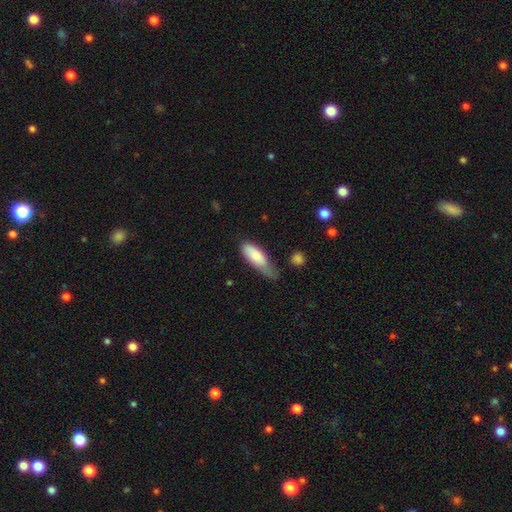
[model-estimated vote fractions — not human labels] Morphology: type=smooth (75%); roundness=in between (66%); merging=minor disturbance (43%).